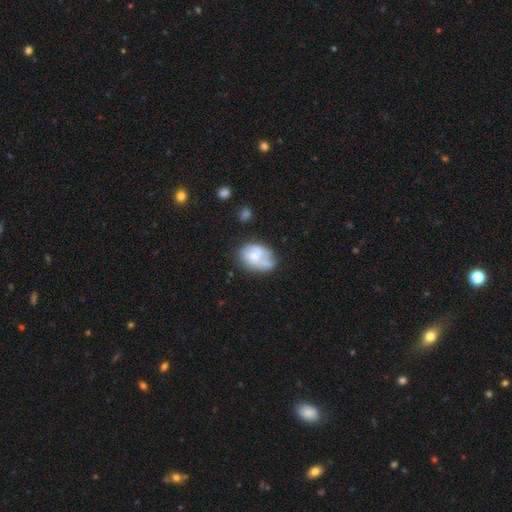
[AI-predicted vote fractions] Overall: smooth (49%; featured or disk 43%). Merging: none (32%; merger 31%).